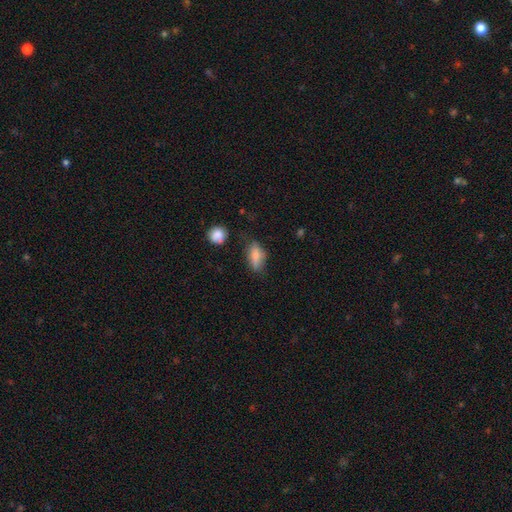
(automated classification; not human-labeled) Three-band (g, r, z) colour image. It shows a smooth galaxy with no disk features (77%) that is in between round and cigar-shaped (78%). Merging: none (58%).